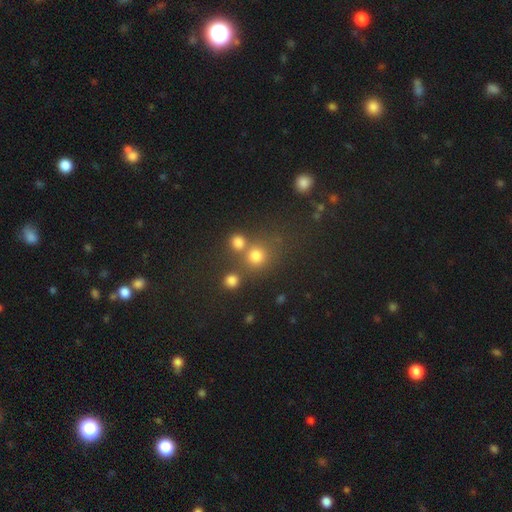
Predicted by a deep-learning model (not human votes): Smooth or featured? Predicted: smooth (p=0.73). How rounded? Predicted: round (p=0.88). Merging? Predicted: none (p=0.62).